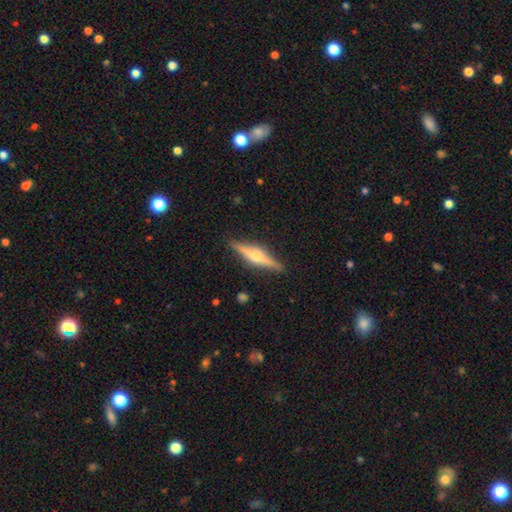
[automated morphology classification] featured or disk 74%, smooth 20%, star or artifact 6%. Down the decision tree: edge-on disk — yes (97%); edge-on bulge — rounded (89%); merging — none (89%).